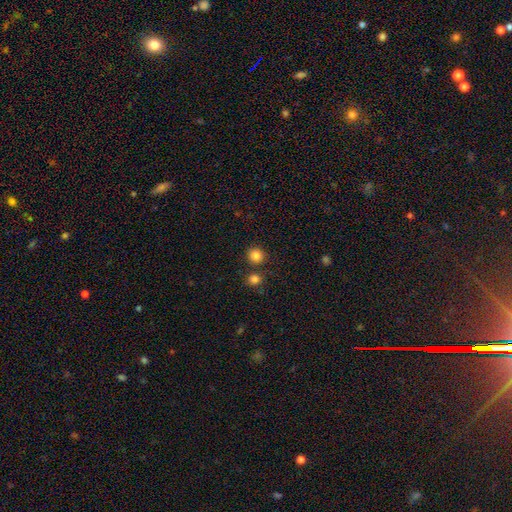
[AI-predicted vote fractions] Morphology: type=smooth (84%); roundness=round (88%); merging=none (80%).